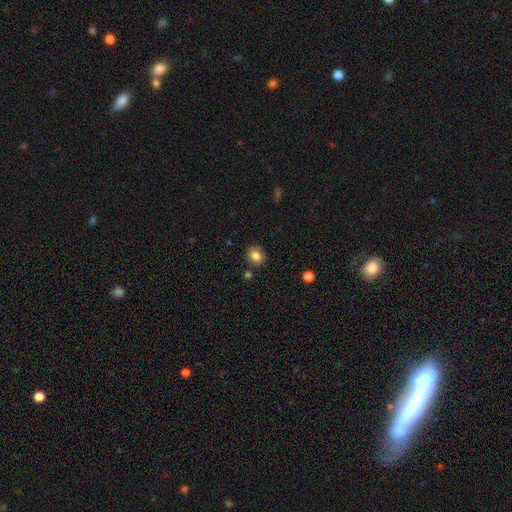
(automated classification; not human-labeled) smooth-or-featured: smooth: 83% | star or artifact: 10% | featured or disk: 7%
  how-rounded: round: 70% | in between: 29% | cigar-shaped: 1%
  merging: none: 85% | minor disturbance: 9% | merger: 4% | major disturbance: 2%